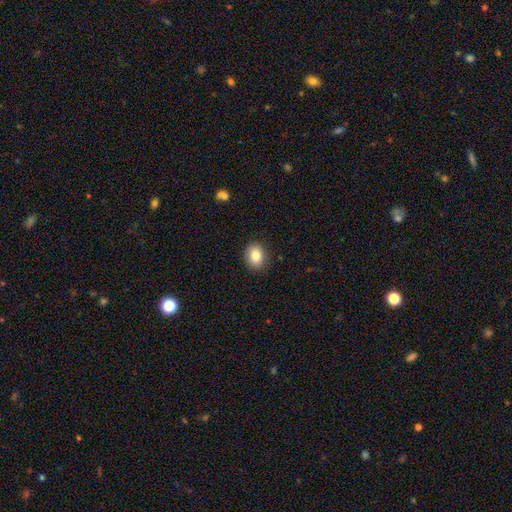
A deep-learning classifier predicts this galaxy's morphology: Smooth or featured? smooth (84%)
How rounded? in between (53%)
Merging? none (89%)